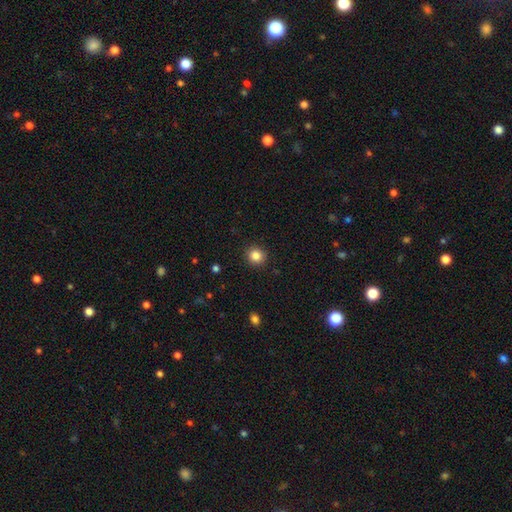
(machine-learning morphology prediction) Smooth or featured?
  - smooth: 85% *
  - star or artifact: 11%
  - featured or disk: 5%
How rounded?
  - round: 90% *
  - in between: 9%
  - cigar-shaped: 1%
Merging?
  - none: 92% *
  - minor disturbance: 5%
  - major disturbance: 2%
  - merger: 1%